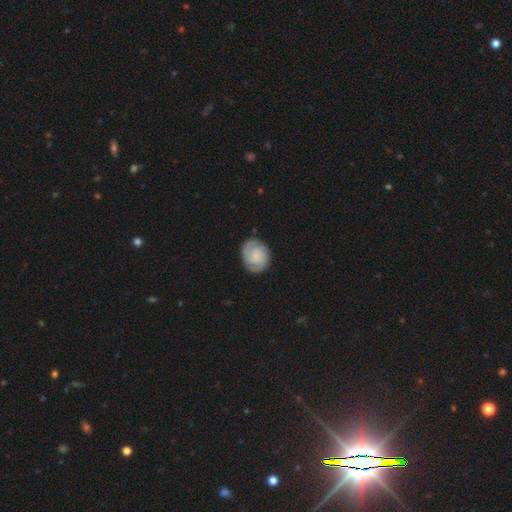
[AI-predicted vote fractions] This appears to be a featured or disk galaxy (64%) with no bar (72%), 2 (51%) tight (62%) spiral arms (93%) and a small central bulge (42%). Merging: none (79%).